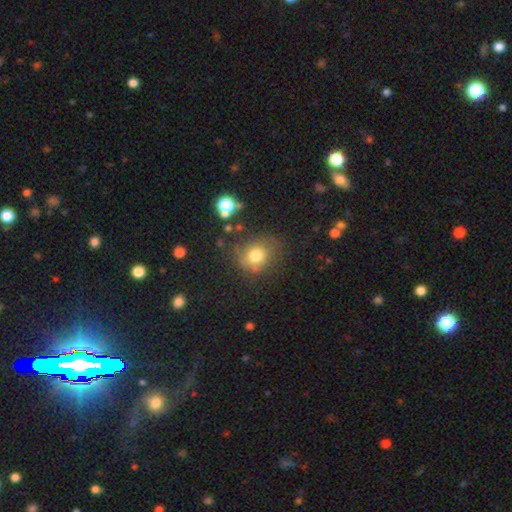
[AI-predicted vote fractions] smooth_or_featured: smooth (p=0.74) [alt: star or artifact p=0.14]
how_rounded: round (p=0.78) [alt: in between p=0.21]
merging: none (p=0.68) [alt: minor disturbance p=0.19]